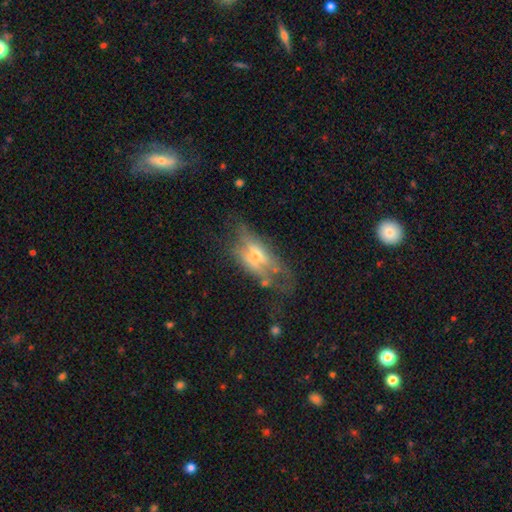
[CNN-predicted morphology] Smooth or featured? featured or disk (59%)
Edge-on disk? yes (60%)
Merging? none (45%)